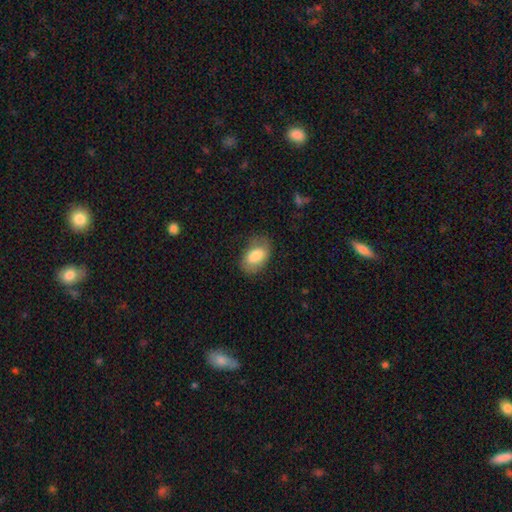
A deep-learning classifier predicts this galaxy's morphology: A smooth galaxy with no disk features (78%) that is in between round and cigar-shaped (90%).

Vote fractions:
- Smooth or featured? smooth: 78% / featured or disk: 15% / star or artifact: 7%
- How rounded? in between: 90% / round: 8% / cigar-shaped: 1%
- Merging? none: 71% / minor disturbance: 21% / major disturbance: 7% / merger: 1%